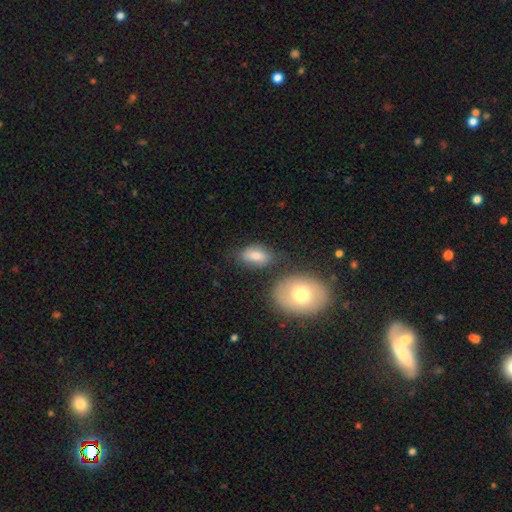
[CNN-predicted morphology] Overall: smooth (77%). How rounded: in between (88%). Merging: none (61%).